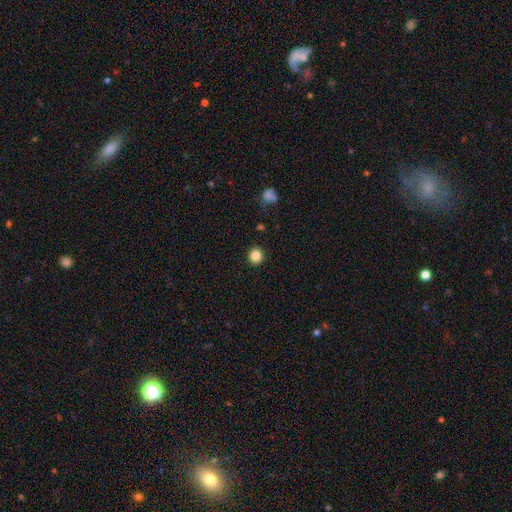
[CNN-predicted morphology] Smooth or featured?
  - smooth: 86% *
  - star or artifact: 11%
  - featured or disk: 4%
How rounded?
  - round: 89% *
  - in between: 10%
  - cigar-shaped: 1%
Merging?
  - none: 91% *
  - minor disturbance: 6%
  - major disturbance: 2%
  - merger: 1%